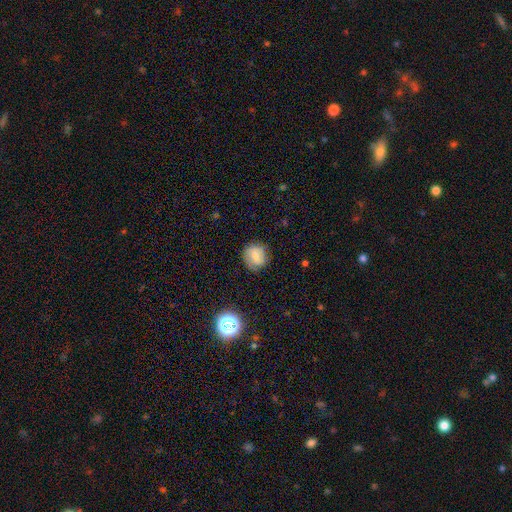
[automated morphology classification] smooth-or-featured: smooth: 65% | featured or disk: 24% | star or artifact: 11%
  how-rounded: round: 84% | in between: 15% | cigar-shaped: 1%
  merging: none: 77% | minor disturbance: 17% | major disturbance: 5% | merger: 1%